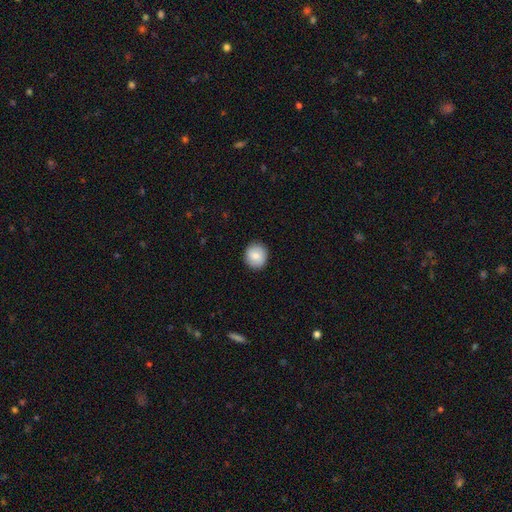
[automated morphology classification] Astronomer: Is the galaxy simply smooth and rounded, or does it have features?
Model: smooth — 83%.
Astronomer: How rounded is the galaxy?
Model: round — 85%.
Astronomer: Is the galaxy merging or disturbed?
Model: none — 90%.